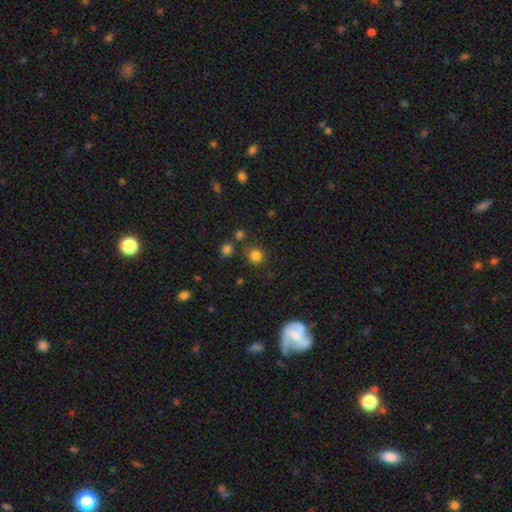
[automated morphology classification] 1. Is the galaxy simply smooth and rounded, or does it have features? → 81% smooth, 14% star or artifact, 5% featured or disk.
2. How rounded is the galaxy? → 89% round, 10% in between, 1% cigar-shaped.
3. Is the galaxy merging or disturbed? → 81% none, 9% minor disturbance, 6% merger, 4% major disturbance.